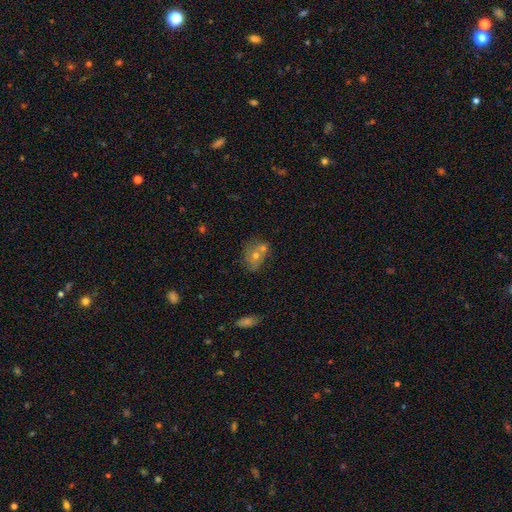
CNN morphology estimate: Smooth or featured?
  - smooth: 51% *
  - featured or disk: 29%
  - star or artifact: 20%
How rounded?
  - in between: 52% *
  - round: 46%
  - cigar-shaped: 2%
Merging?
  - none: 47% *
  - merger: 34%
  - minor disturbance: 13%
  - major disturbance: 6%